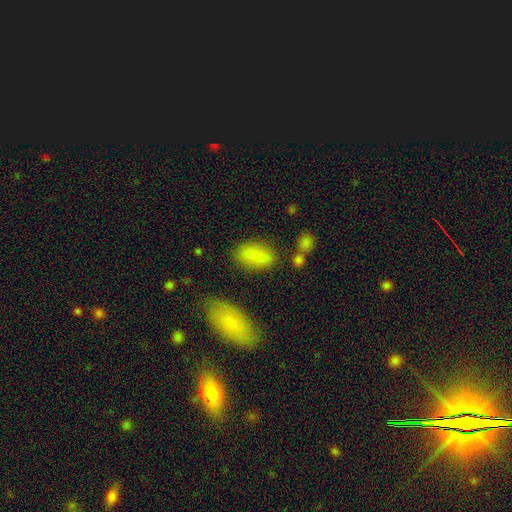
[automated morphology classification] Smooth or featured?
  - smooth: 84% *
  - star or artifact: 9%
  - featured or disk: 8%
How rounded?
  - in between: 87% *
  - cigar-shaped: 8%
  - round: 5%
Merging?
  - none: 76% *
  - minor disturbance: 14%
  - merger: 5%
  - major disturbance: 5%